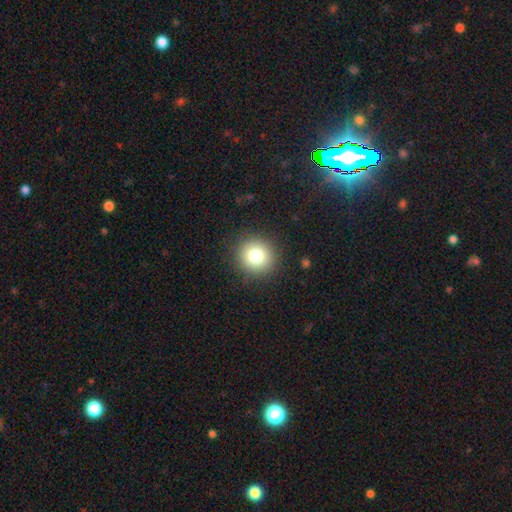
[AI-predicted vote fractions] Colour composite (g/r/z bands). It shows a smooth galaxy with no disk features (79%) that is round (92%). Merging: none (90%).